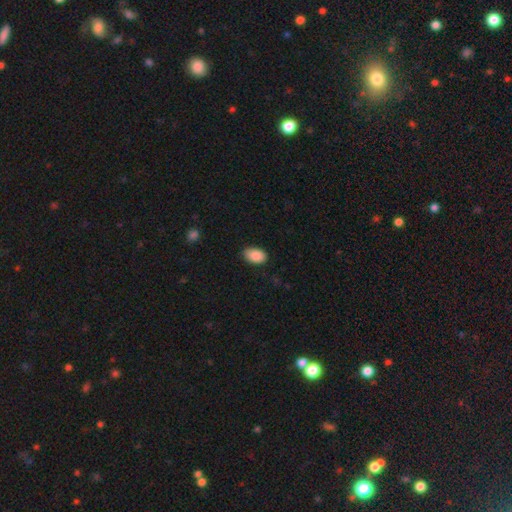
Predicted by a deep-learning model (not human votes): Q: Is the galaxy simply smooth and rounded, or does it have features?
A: smooth — 89%.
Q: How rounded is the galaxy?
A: in between — 91%.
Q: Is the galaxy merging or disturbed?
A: none — 81%.